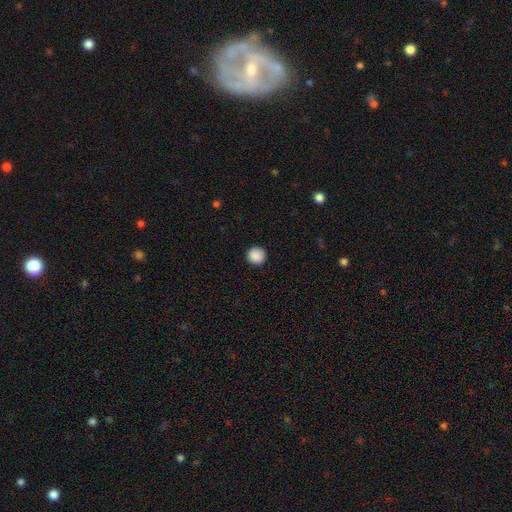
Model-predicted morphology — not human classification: smooth 89%, star or artifact 8%, featured or disk 3%. Down the decision tree: how rounded — round (94%); merging — none (92%).